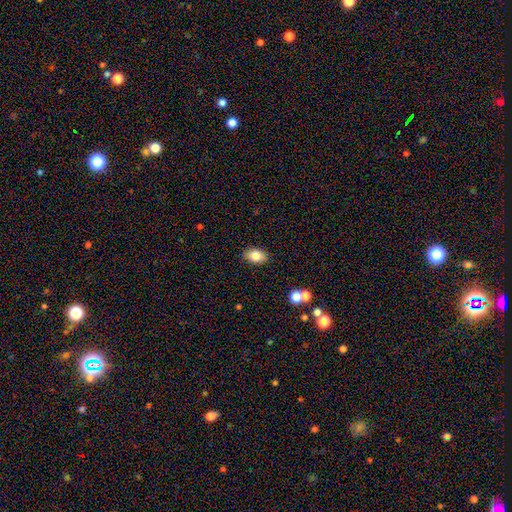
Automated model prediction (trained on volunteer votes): This appears to be a smooth galaxy with no disk features (81%) that is in between round and cigar-shaped (85%). Merging: none (86%).